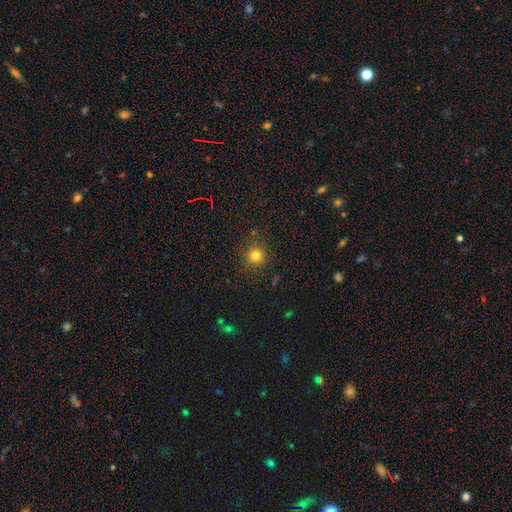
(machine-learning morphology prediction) smooth-or-featured: smooth: 80% | star or artifact: 15% | featured or disk: 6%
  how-rounded: round: 93% | in between: 6% | cigar-shaped: 1%
  merging: none: 87% | minor disturbance: 8% | major disturbance: 3% | merger: 2%